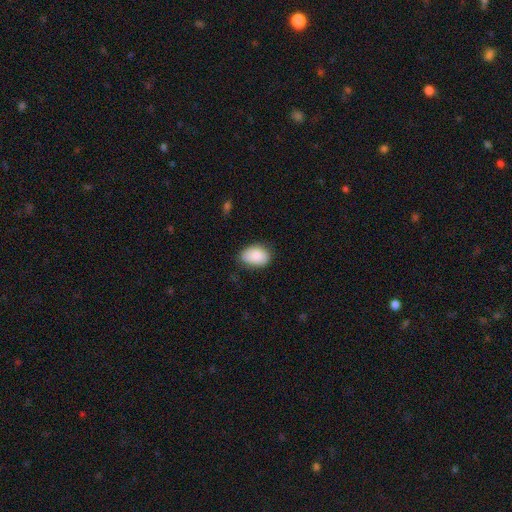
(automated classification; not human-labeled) Q: Smooth or featured?
A: smooth (85%); runner-up: featured or disk (8%)
Q: How rounded?
A: in between (84%); runner-up: round (15%)
Q: Merging?
A: none (72%); runner-up: minor disturbance (22%)